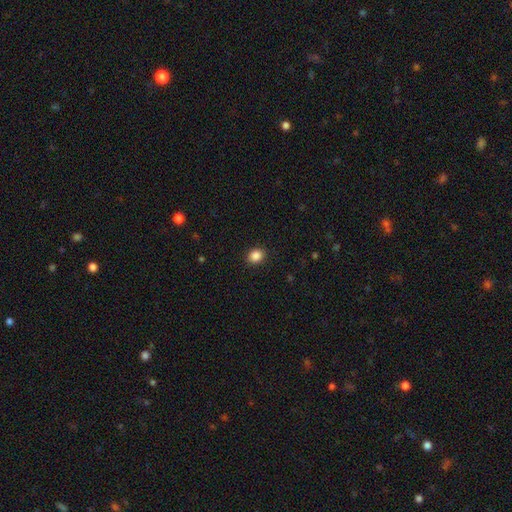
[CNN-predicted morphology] Overall: smooth (87%). How rounded: round (64%; in between 36%). Merging: none (91%).